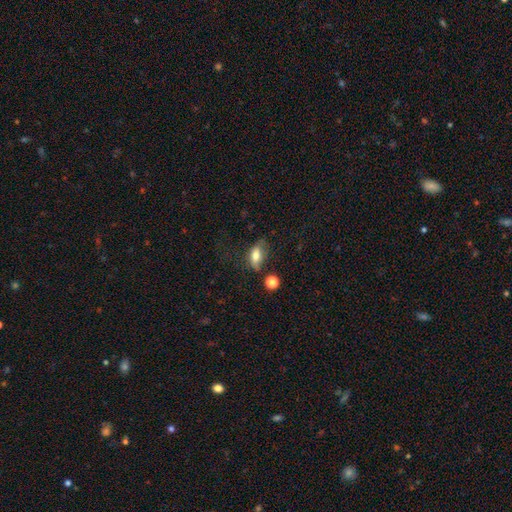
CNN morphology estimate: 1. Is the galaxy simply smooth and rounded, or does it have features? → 72% smooth, 19% featured or disk, 10% star or artifact.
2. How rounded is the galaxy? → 81% in between, 11% cigar-shaped, 8% round.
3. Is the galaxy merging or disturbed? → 54% none, 27% minor disturbance, 13% major disturbance, 6% merger.